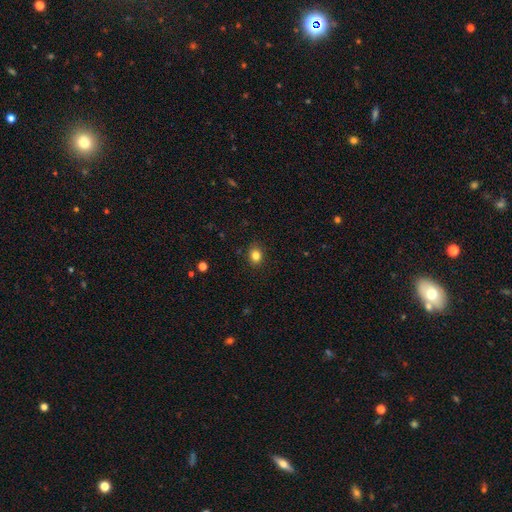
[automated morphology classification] Smooth or featured? smooth (83%)
How rounded? round (55%)
Merging? none (87%)